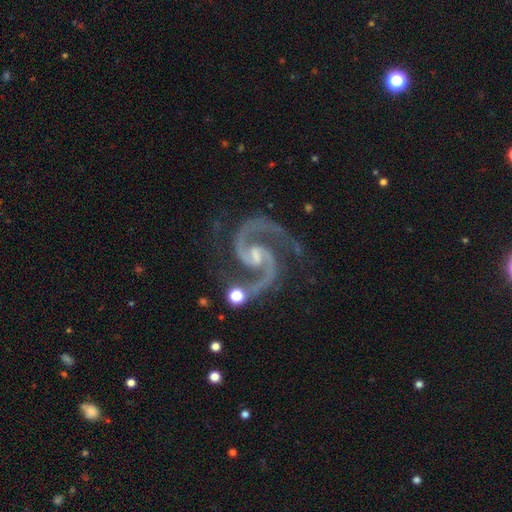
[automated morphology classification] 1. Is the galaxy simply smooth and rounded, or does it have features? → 95% featured or disk, 4% star or artifact, 2% smooth.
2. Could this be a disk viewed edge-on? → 98% no, 2% yes.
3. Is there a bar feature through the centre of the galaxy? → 44% no, 38% weak, 18% strong.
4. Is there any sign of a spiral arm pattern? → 99% yes, 1% no.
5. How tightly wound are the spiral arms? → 68% medium, 21% tight, 11% loose.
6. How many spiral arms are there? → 95% 2, 1% 3, 1% can't tell, 1% 1, 1% 4, 1% more than 4.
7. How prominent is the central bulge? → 63% small, 26% moderate, 8% none, 2% large, 1% dominant.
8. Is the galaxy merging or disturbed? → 72% none, 16% minor disturbance, 7% major disturbance, 5% merger.